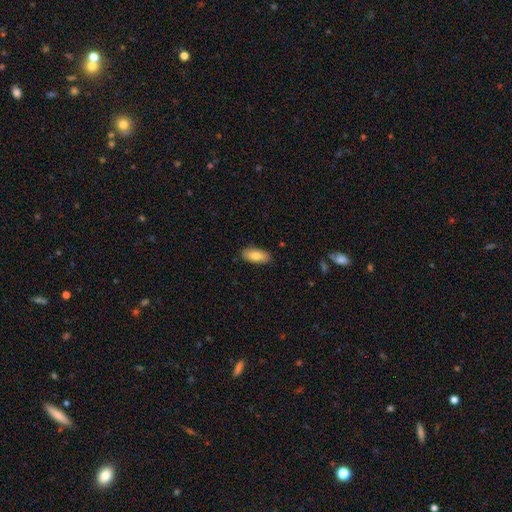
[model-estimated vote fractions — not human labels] This appears to be a smooth galaxy with no disk features (79%) that is in between round and cigar-shaped (89%). Merging: none (86%).